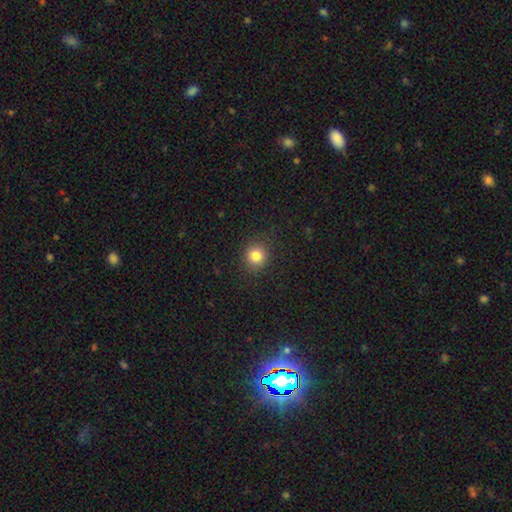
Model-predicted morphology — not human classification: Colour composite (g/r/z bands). It shows a smooth galaxy with no disk features (82%) that is round (88%). Merging: none (90%).